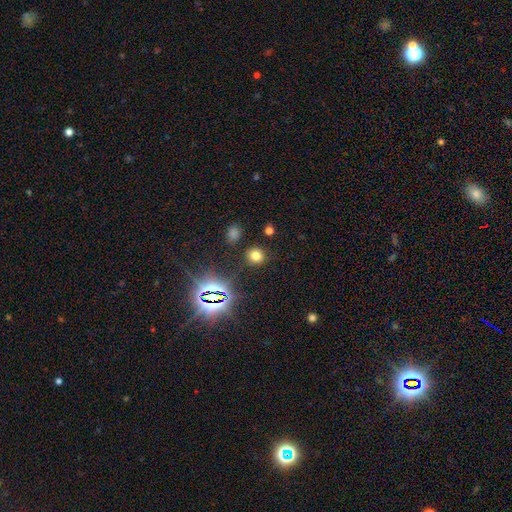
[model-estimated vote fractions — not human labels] smooth 68%, star or artifact 25%, featured or disk 7%. Down the decision tree: how rounded — round (85%); merging — none (86%).